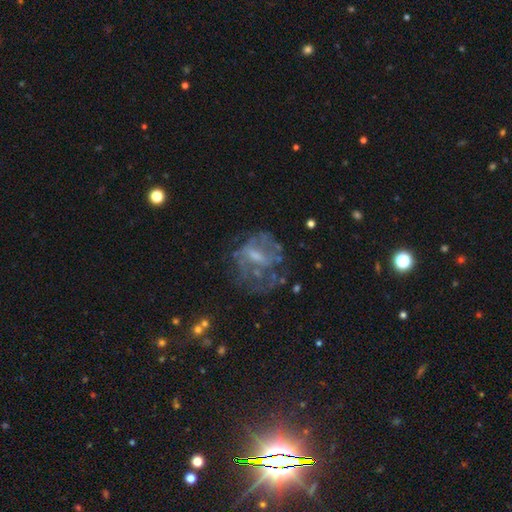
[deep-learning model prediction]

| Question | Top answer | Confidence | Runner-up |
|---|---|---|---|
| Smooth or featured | featured or disk | 64% | smooth (23%) |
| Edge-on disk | no | 97% | yes (3%) |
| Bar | weak | 44% | no (42%) |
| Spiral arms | no | 65% | yes (35%) |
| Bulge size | small | 37% | moderate (36%) |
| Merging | none | 45% | major disturbance (31%) |